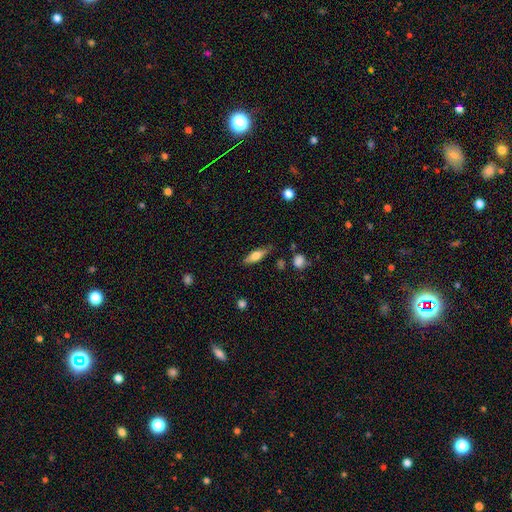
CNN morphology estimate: type=smooth (60%); roundness=in between (53%); merging=none (77%).